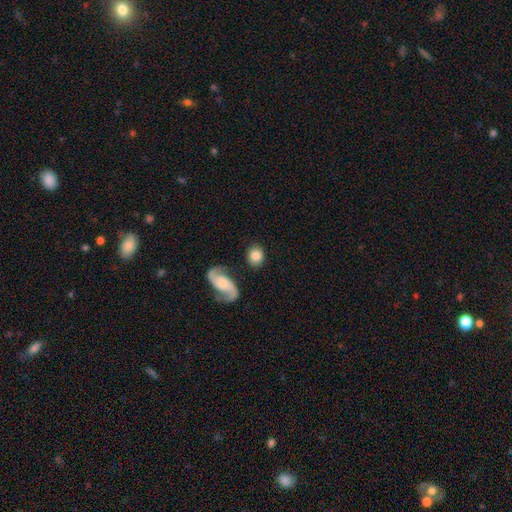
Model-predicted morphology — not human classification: Smooth or featured: smooth — 75% (featured or disk — 18%)
How rounded: round — 63% (in between — 35%)
Merging: none — 77% (minor disturbance — 12%)